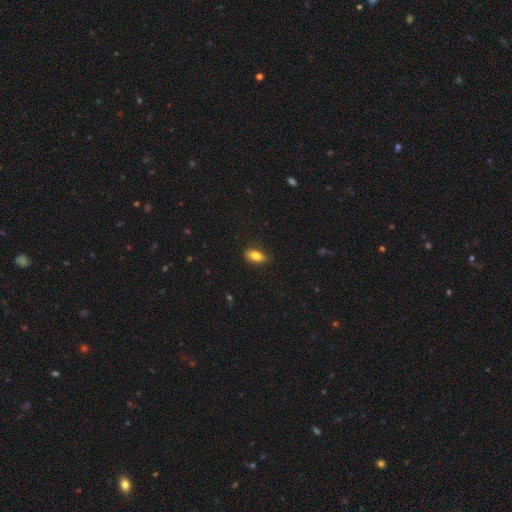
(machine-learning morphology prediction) A smooth galaxy with no disk features (83%) that is in between round and cigar-shaped (87%). Merging: none (86%).